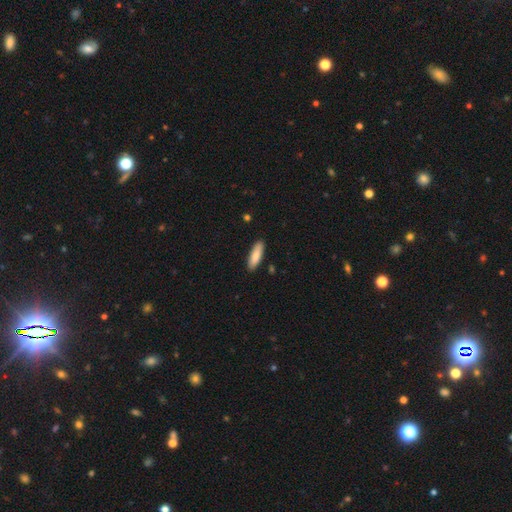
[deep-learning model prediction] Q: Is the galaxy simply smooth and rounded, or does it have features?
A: smooth — 86%.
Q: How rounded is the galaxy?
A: cigar-shaped — 54%.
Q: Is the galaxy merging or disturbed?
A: none — 89%.